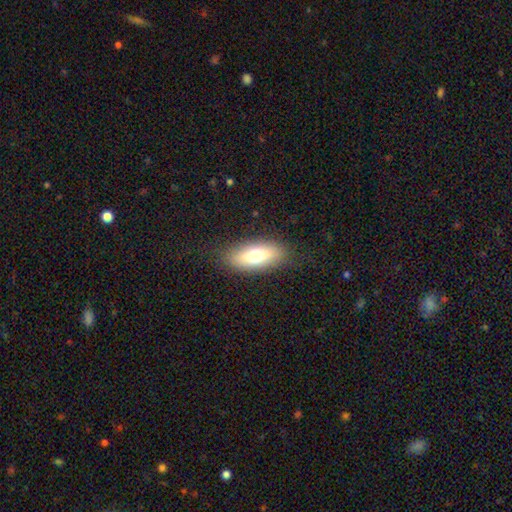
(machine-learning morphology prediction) This is likely a smooth galaxy (68%). How rounded: likely in between (78%). Merging: clearly none (83%).